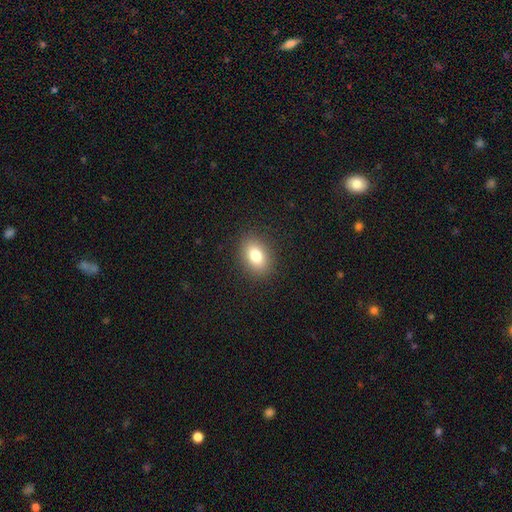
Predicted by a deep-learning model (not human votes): smooth-or-featured: smooth: 80% | star or artifact: 10% | featured or disk: 10%
  how-rounded: in between: 75% | round: 23% | cigar-shaped: 2%
  merging: none: 89% | minor disturbance: 8% | major disturbance: 3% | merger: 1%